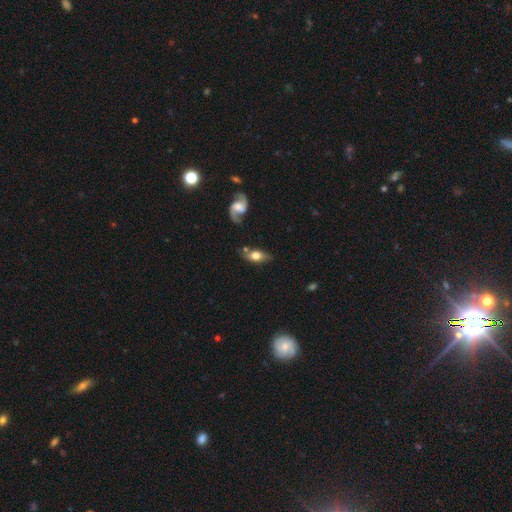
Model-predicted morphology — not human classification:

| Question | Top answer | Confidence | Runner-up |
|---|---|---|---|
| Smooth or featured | smooth | 54% | featured or disk (39%) |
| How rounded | in between | 82% | cigar-shaped (10%) |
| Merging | none | 66% | minor disturbance (20%) |